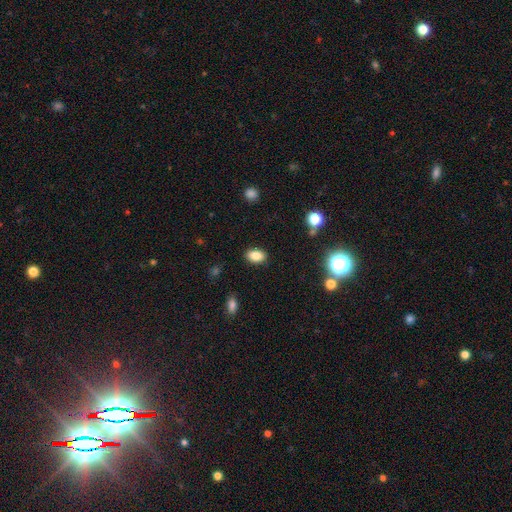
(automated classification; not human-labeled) This is clearly a smooth galaxy (84%). How rounded: clearly in between (87%). Merging: clearly none (88%).